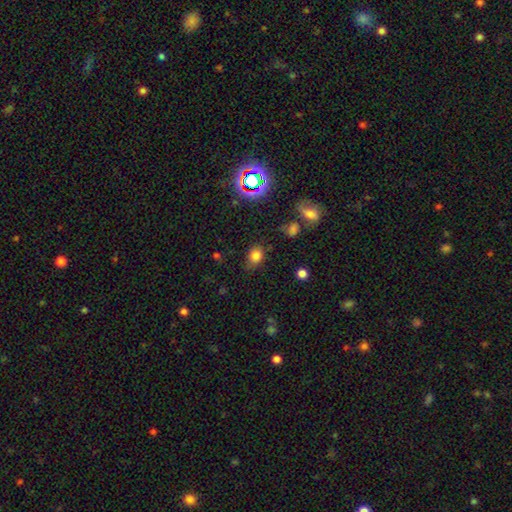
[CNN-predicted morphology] This appears to be a smooth galaxy with no disk features (77%) that is in between round and cigar-shaped (51%). Merging: none (71%).